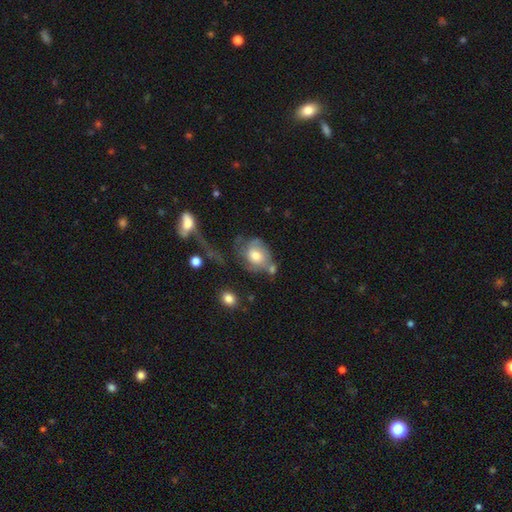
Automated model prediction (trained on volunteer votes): smooth_or_featured: smooth (p=0.56) [alt: featured or disk p=0.35]
how_rounded: in between (p=0.52) [alt: round p=0.46]
merging: none (p=0.31) [alt: major disturbance p=0.27]